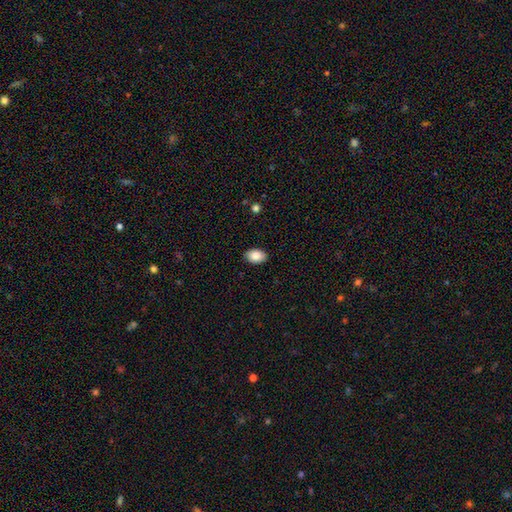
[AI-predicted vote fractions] The model was most divided on "how rounded": in between: 87%, round: 12%, cigar-shaped: 1%. More confident: merging — none (89%); smooth or featured — smooth (86%).